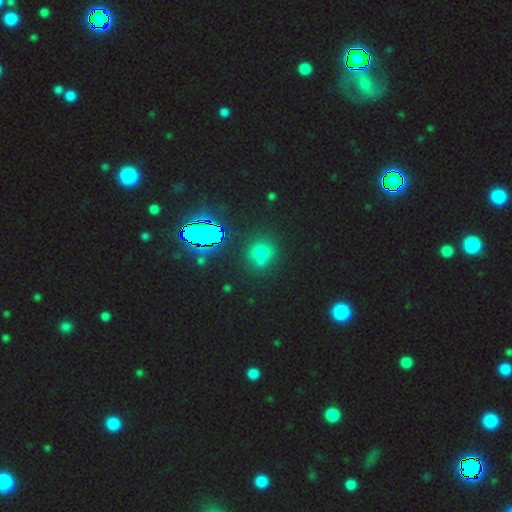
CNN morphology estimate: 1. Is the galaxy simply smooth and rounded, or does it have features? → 47% smooth, 43% star or artifact, 9% featured or disk.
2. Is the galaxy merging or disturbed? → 71% none, 15% merger, 10% minor disturbance, 5% major disturbance.